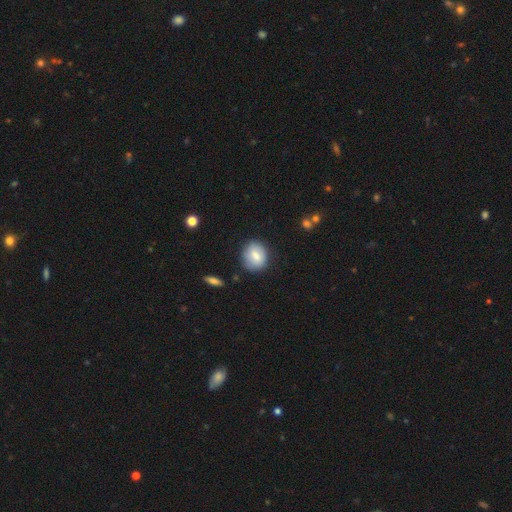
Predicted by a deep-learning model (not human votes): A smooth galaxy with no disk features (75%) that is round (67%). Merging: none (82%).